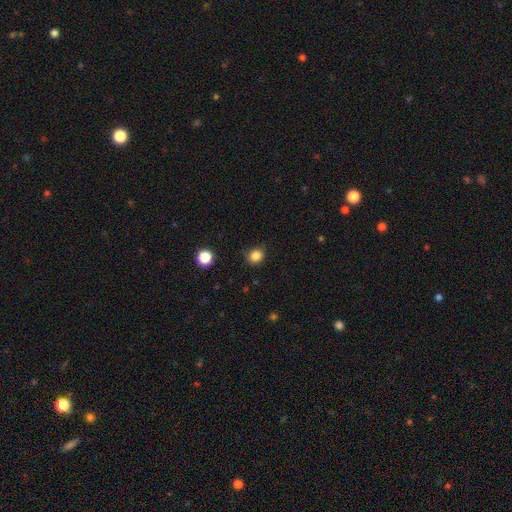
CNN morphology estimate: This appears to be a smooth galaxy with no disk features (84%) that is round (77%). Merging: none (83%).